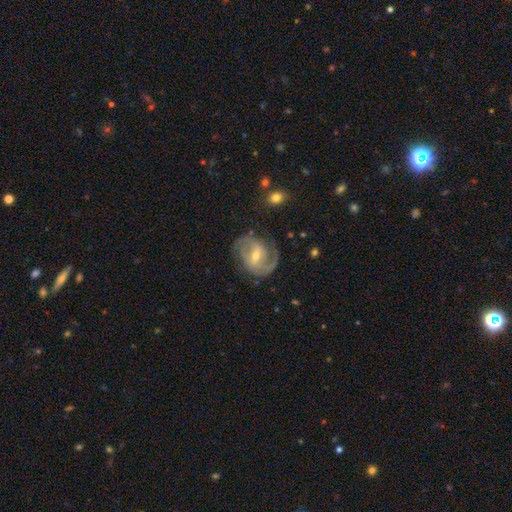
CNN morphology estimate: smooth_or_featured: featured or disk (p=0.86) [alt: smooth p=0.09]
disk_edge_on: no (p=0.97) [alt: yes p=0.03]
bar: weak (p=0.49) [alt: strong p=0.33]
has_spiral_arms: yes (p=0.95) [alt: no p=0.05]
spiral_winding: medium (p=0.53) [alt: tight p=0.27]
spiral_arm_count: 2 (p=0.83) [alt: can't tell p=0.06]
bulge_size: small (p=0.48) [tied with: moderate p=0.48]
merging: none (p=0.72) [alt: minor disturbance p=0.17]